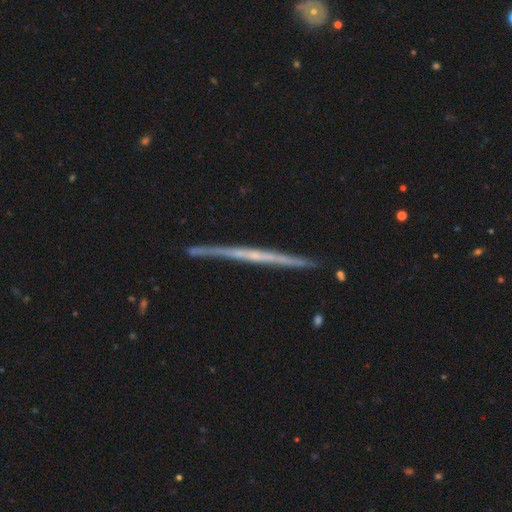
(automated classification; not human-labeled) Morphology: type=featured or disk (74%); edge-on=yes (98%); edge-on bulge=none (75%); merging=none (89%).